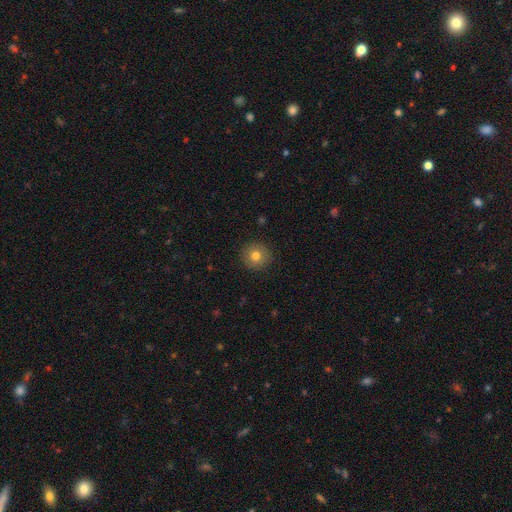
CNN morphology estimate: smooth 77%, featured or disk 12%, star or artifact 11%. Down the decision tree: how rounded — round (93%); merging — none (90%).